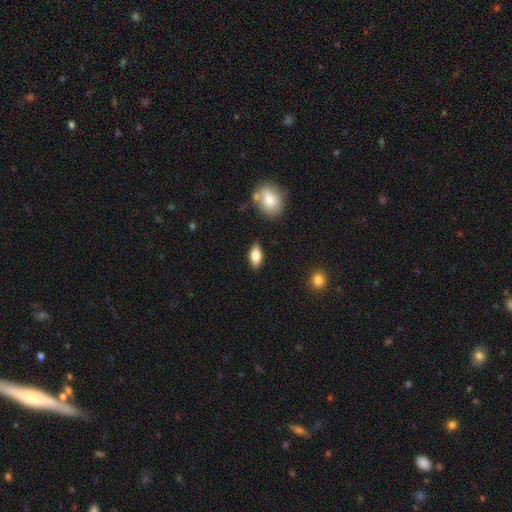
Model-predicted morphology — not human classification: This appears to be a smooth galaxy with no disk features (73%) that is in between round and cigar-shaped (82%). Merging: none (85%).